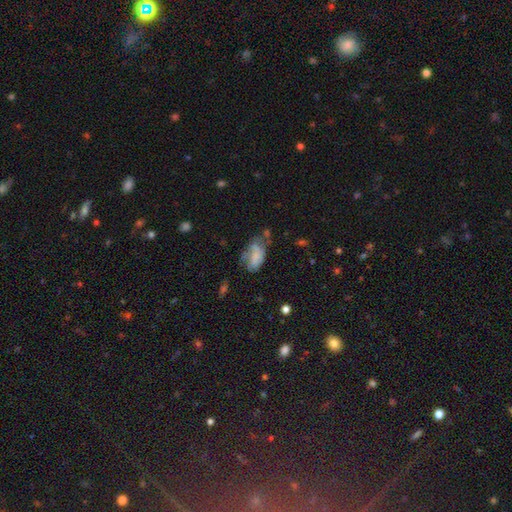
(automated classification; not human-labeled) Smooth or featured? Predicted: smooth (p=0.57). How rounded? Predicted: in between (p=0.91). Merging? Predicted: major disturbance (p=0.31, tied with none and minor disturbance).